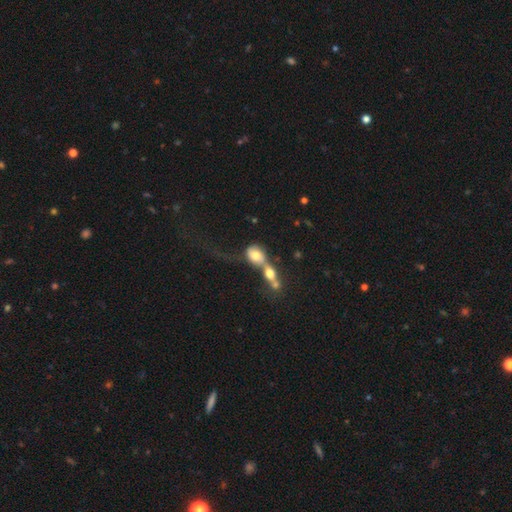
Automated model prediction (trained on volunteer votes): This is likely a smooth galaxy (62%). How rounded: possibly in between (53%). Merging: likely merger (74%).